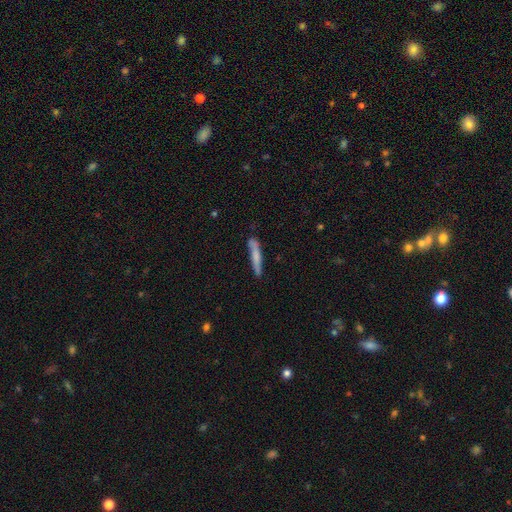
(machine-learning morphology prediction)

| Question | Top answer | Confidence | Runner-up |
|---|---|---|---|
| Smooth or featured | smooth | 64% | featured or disk (30%) |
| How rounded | cigar-shaped | 93% | in between (5%) |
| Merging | none | 71% | minor disturbance (20%) |